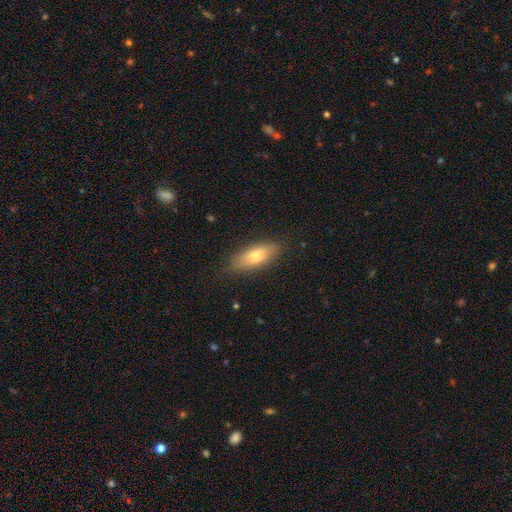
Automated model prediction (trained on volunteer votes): smooth 69%, featured or disk 24%, star or artifact 6%. Down the decision tree: how rounded — in between (65%); merging — none (83%).